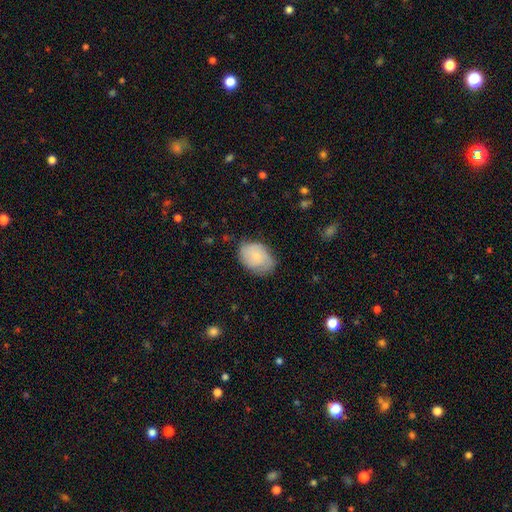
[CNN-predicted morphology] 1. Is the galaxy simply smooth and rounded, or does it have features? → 63% smooth, 31% featured or disk, 7% star or artifact.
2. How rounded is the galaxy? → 71% in between, 28% round, 1% cigar-shaped.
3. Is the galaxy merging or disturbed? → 66% none, 26% minor disturbance, 7% major disturbance, 1% merger.